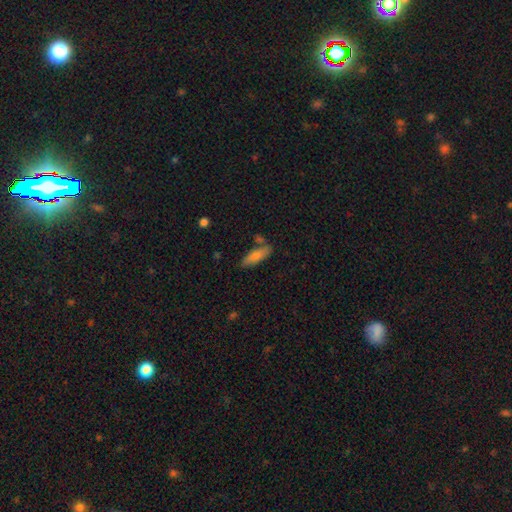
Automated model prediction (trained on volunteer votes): A smooth galaxy with no disk features (72%) that is in between round and cigar-shaped (52%).

Vote fractions:
- Smooth or featured? smooth: 72% / featured or disk: 21% / star or artifact: 7%
- How rounded? in between: 52% / cigar-shaped: 46% / round: 2%
- Merging? none: 71% / minor disturbance: 16% / merger: 10% / major disturbance: 3%